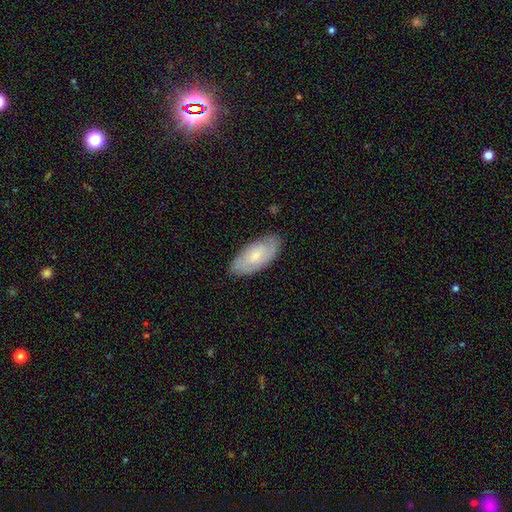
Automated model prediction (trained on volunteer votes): Smooth or featured?
  - smooth: 51% *
  - featured or disk: 44%
  - star or artifact: 6%
How rounded?
  - in between: 89% *
  - cigar-shaped: 8%
  - round: 2%
Merging?
  - none: 81% *
  - minor disturbance: 15%
  - major disturbance: 3%
  - merger: 1%